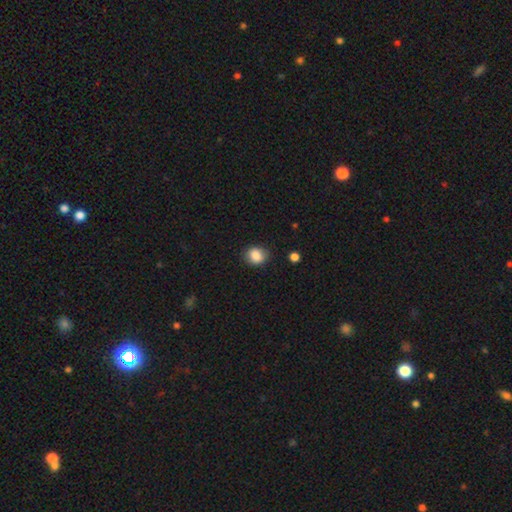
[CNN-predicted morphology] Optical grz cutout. It shows a smooth galaxy with no disk features (86%) that is round (66%). Merging: none (81%).